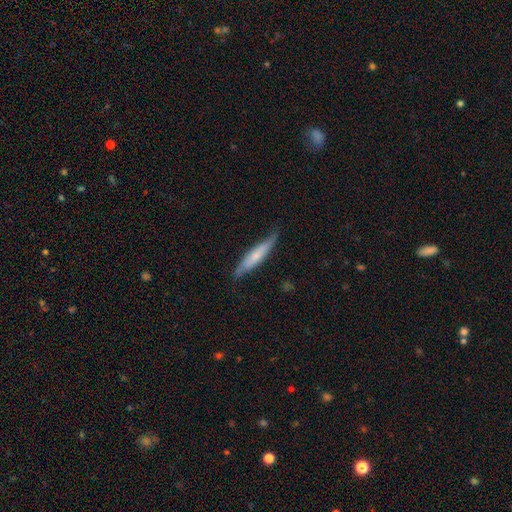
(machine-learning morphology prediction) smooth_or_featured: smooth (p=0.57) [alt: featured or disk p=0.38]
how_rounded: cigar-shaped (p=0.87) [alt: in between p=0.11]
merging: none (p=0.74) [alt: minor disturbance p=0.21]